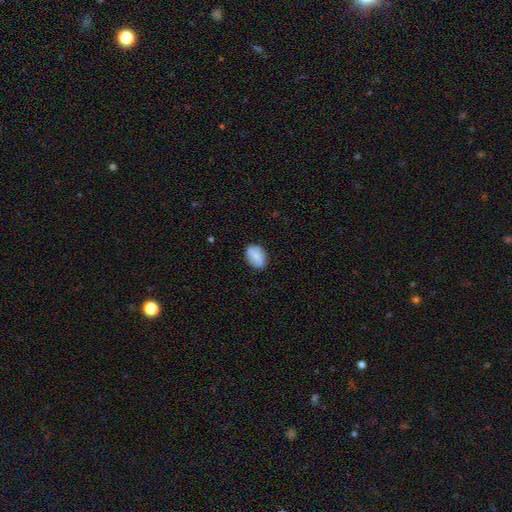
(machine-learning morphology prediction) Q: Smooth or featured?
A: smooth (79%); runner-up: featured or disk (14%)
Q: How rounded?
A: in between (82%); runner-up: round (16%)
Q: Merging?
A: none (80%); runner-up: minor disturbance (15%)